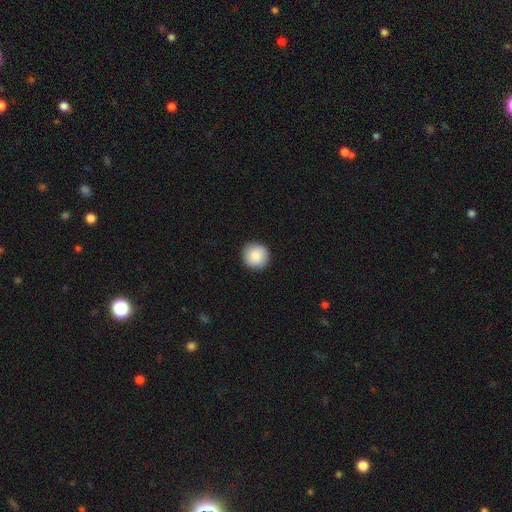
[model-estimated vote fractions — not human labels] This appears to be a smooth galaxy with no disk features (86%) that is round (96%). Merging: none (92%).